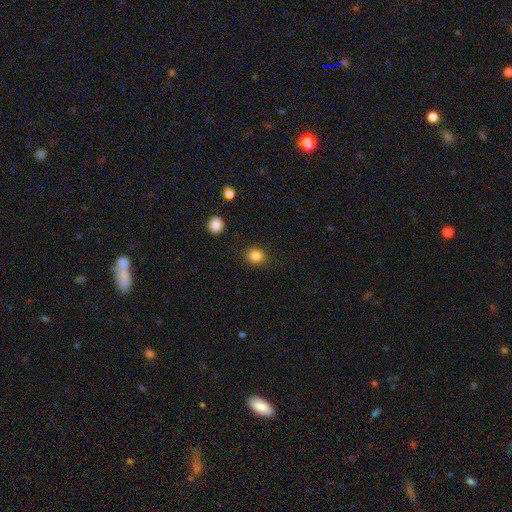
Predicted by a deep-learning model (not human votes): The model was most divided on "how rounded": round: 71%, in between: 28%, cigar-shaped: 1%. More confident: merging — none (86%); smooth or featured — smooth (85%).